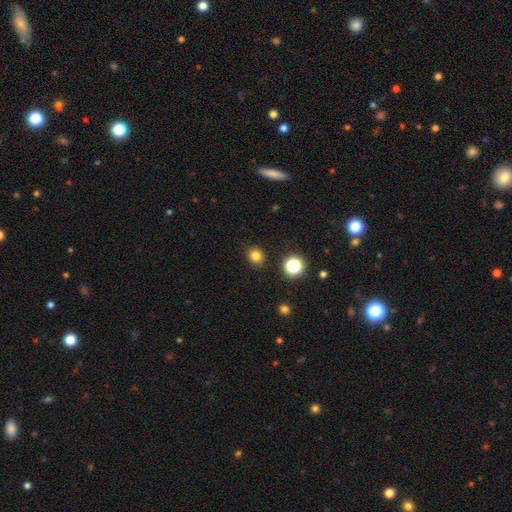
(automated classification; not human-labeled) smooth-or-featured: smooth: 81% | star or artifact: 14% | featured or disk: 5%
  how-rounded: round: 80% | in between: 19% | cigar-shaped: 1%
  merging: none: 89% | minor disturbance: 7% | major disturbance: 2% | merger: 2%